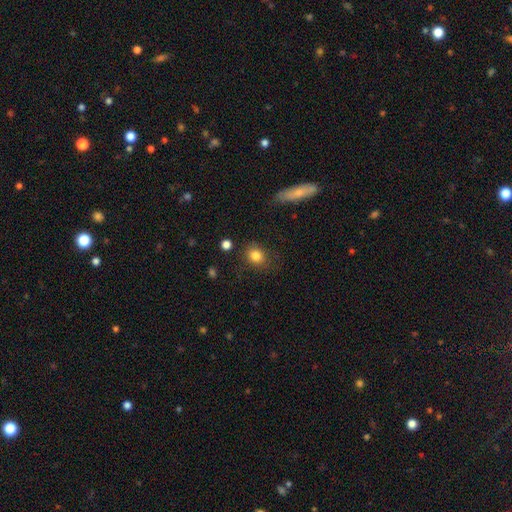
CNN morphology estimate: smooth-or-featured: smooth: 83% | star or artifact: 10% | featured or disk: 7%
  how-rounded: round: 64% | in between: 35% | cigar-shaped: 1%
  merging: none: 77% | minor disturbance: 15% | major disturbance: 5% | merger: 3%